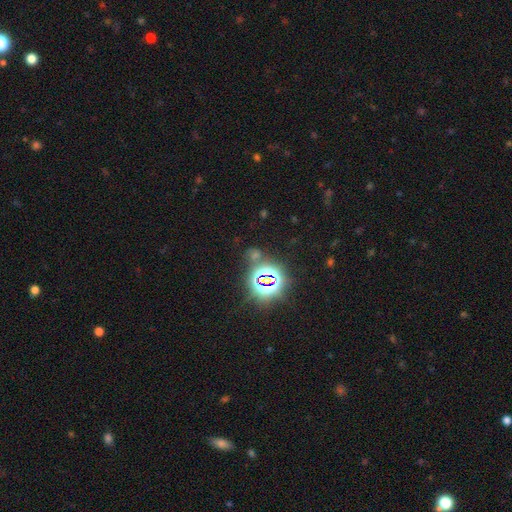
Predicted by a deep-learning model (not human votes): This appears to be a star or artifact, not a galaxy (73%).